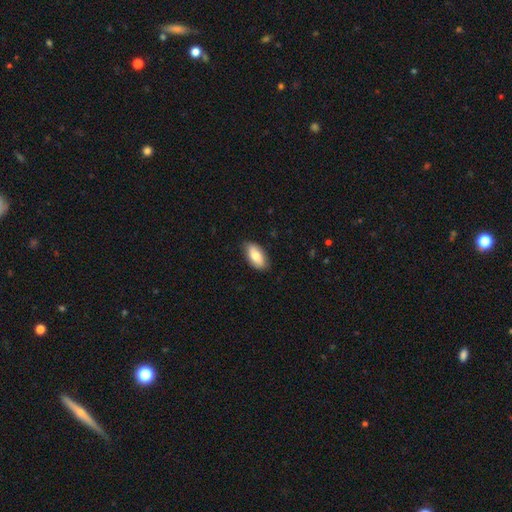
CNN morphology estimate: smooth_or_featured: smooth (p=0.80) [alt: featured or disk p=0.14]
how_rounded: in between (p=0.93) [alt: cigar-shaped p=0.05]
merging: none (p=0.84) [alt: minor disturbance p=0.13]